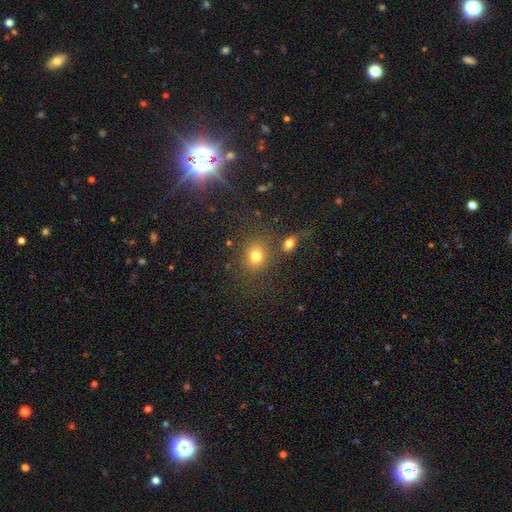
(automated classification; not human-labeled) Overall: smooth (76%). How rounded: round (66%; in between 33%). Merging: none (72%).